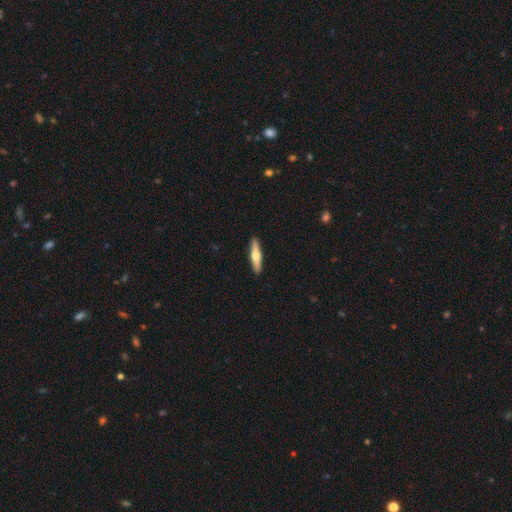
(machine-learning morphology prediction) Smooth or featured?
  - smooth: 51% *
  - featured or disk: 44%
  - star or artifact: 5%
How rounded?
  - cigar-shaped: 81% *
  - in between: 17%
  - round: 2%
Merging?
  - none: 91% *
  - minor disturbance: 6%
  - major disturbance: 1%
  - merger: 1%